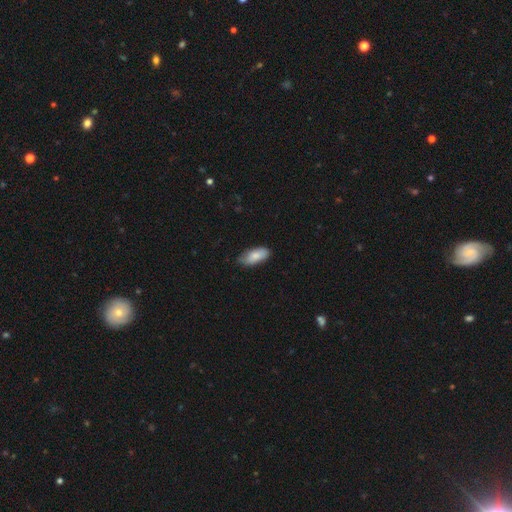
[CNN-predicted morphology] Q: Smooth or featured?
A: smooth (82%); runner-up: featured or disk (12%)
Q: How rounded?
A: in between (87%); runner-up: cigar-shaped (10%)
Q: Merging?
A: none (72%); runner-up: minor disturbance (24%)